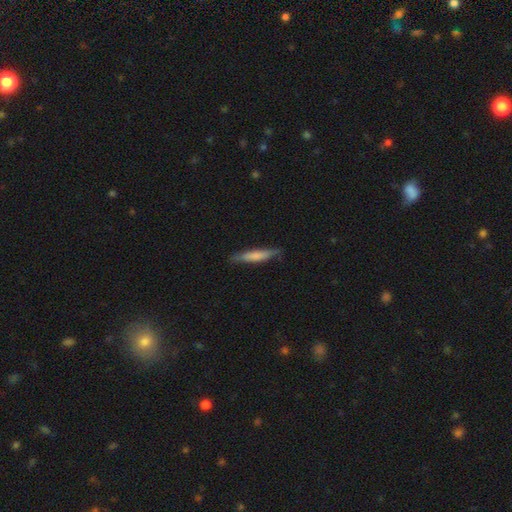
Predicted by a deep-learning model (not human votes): Overall: smooth (69%). How rounded: cigar-shaped (89%). Merging: none (81%).